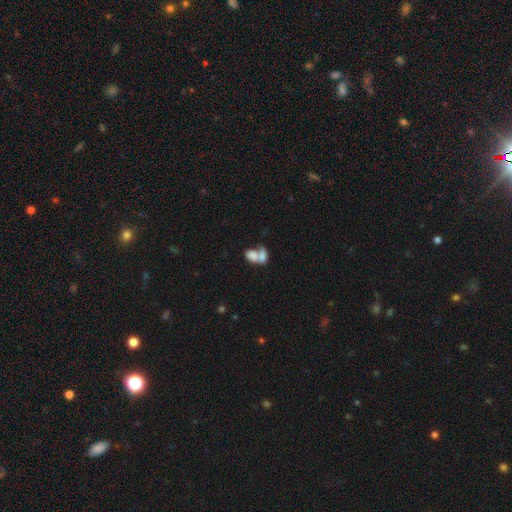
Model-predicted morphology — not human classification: The model was most divided on "smooth or featured": smooth: 74%, featured or disk: 18%, star or artifact: 8%. More confident: how rounded — in between (83%); merging — merger (72%).